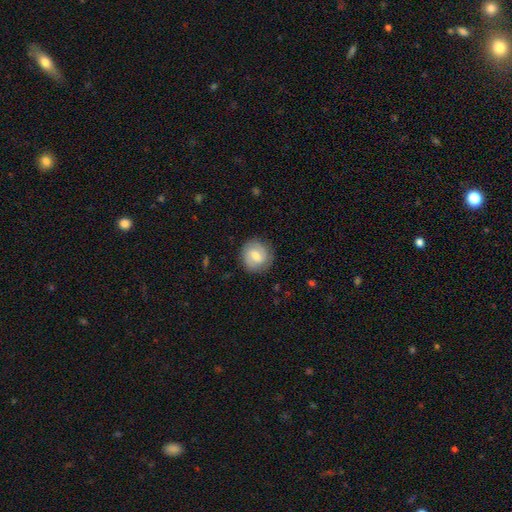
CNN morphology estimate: Q: Smooth or featured?
A: smooth (51%); runner-up: featured or disk (42%)
Q: How rounded?
A: round (85%); runner-up: in between (14%)
Q: Merging?
A: none (84%); runner-up: minor disturbance (11%)